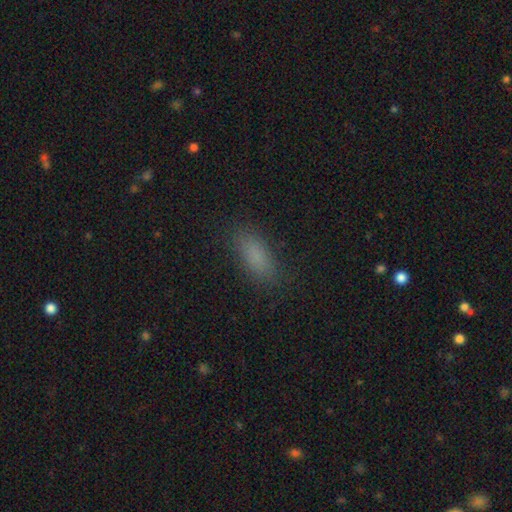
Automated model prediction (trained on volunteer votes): Smooth or featured: smooth — 84% (star or artifact — 11%)
How rounded: in between — 77% (cigar-shaped — 20%)
Merging: none — 85% (minor disturbance — 11%)